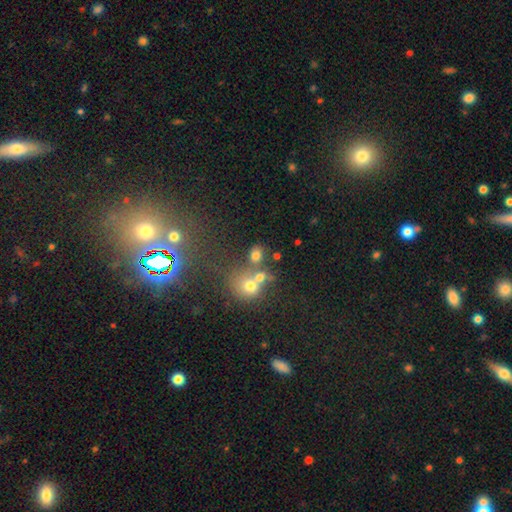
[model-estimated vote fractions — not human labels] A smooth galaxy with no disk features (70%) that is round (59%). Merging: none (48%).